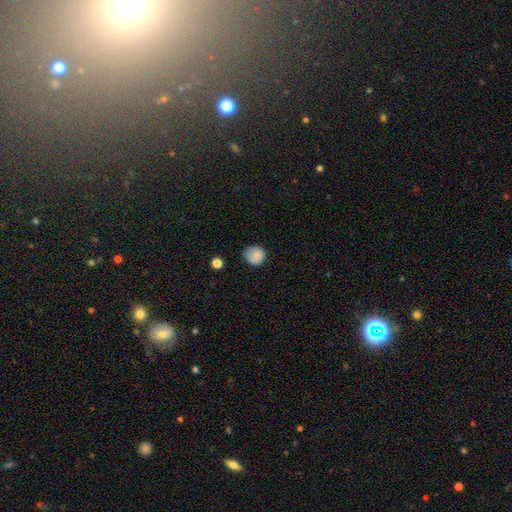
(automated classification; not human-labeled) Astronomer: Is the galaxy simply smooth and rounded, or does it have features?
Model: smooth — 87%.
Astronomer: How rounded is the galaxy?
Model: round — 89%.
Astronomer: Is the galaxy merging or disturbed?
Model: none — 75%.